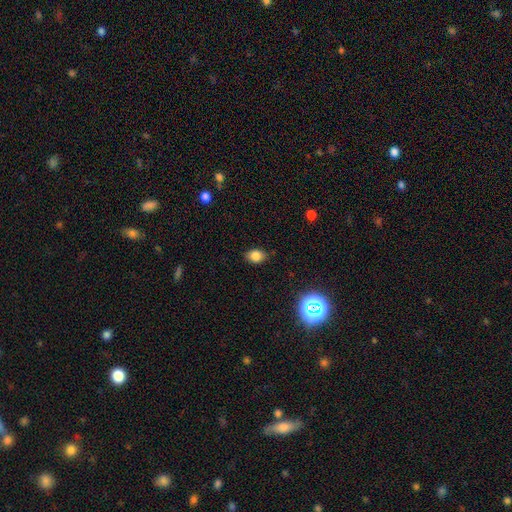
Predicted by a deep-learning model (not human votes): Q: Smooth or featured?
A: smooth (81%); runner-up: star or artifact (13%)
Q: How rounded?
A: in between (71%); runner-up: round (27%)
Q: Merging?
A: none (83%); runner-up: minor disturbance (13%)